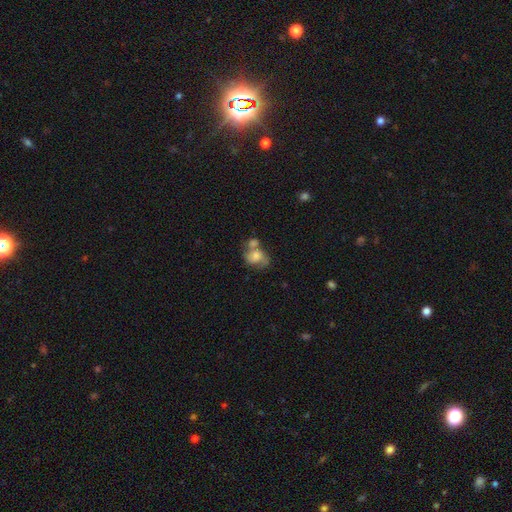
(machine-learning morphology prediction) smooth-or-featured: smooth: 57% | featured or disk: 34% | star or artifact: 9%
  how-rounded: in between: 57% | round: 42% | cigar-shaped: 1%
  merging: merger: 46% | none: 27% | minor disturbance: 16% | major disturbance: 12%